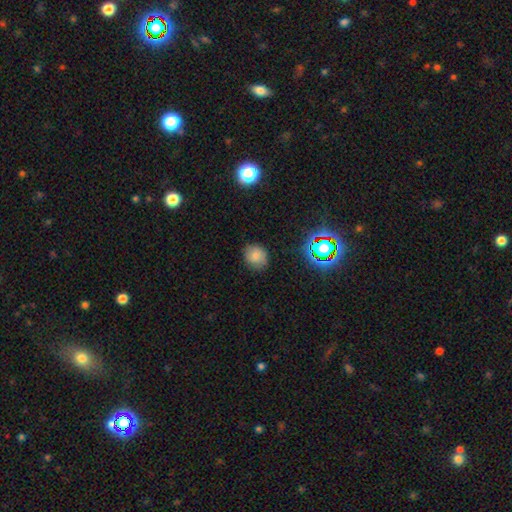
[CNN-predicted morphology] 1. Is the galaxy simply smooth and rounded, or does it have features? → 77% smooth, 15% star or artifact, 7% featured or disk.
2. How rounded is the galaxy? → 77% round, 22% in between, 1% cigar-shaped.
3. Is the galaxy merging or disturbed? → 82% none, 13% minor disturbance, 3% major disturbance, 1% merger.